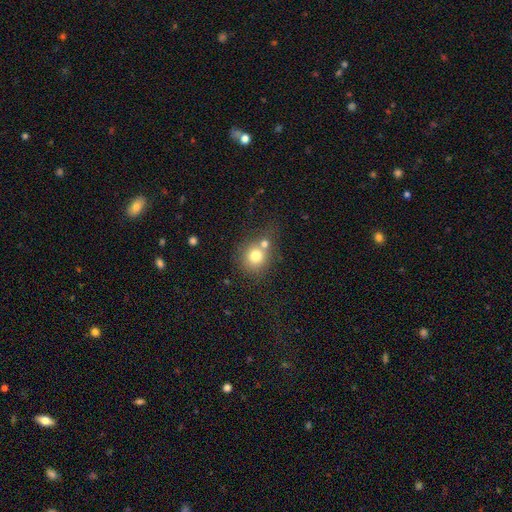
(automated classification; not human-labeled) Morphology: type=smooth (75%); roundness=round (85%); merging=none (50%).